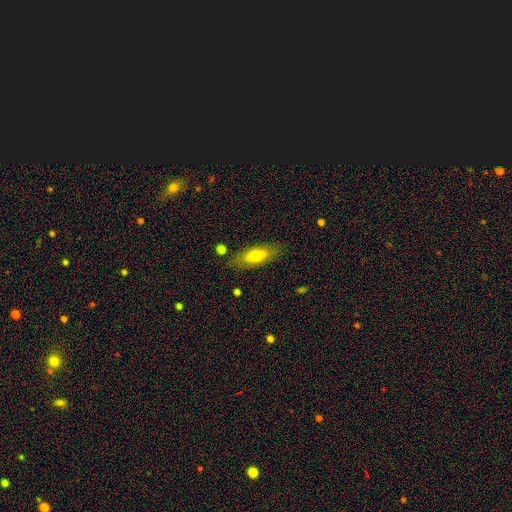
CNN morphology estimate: Q: Smooth or featured?
A: smooth (67%); runner-up: featured or disk (26%)
Q: How rounded?
A: in between (70%); runner-up: cigar-shaped (27%)
Q: Merging?
A: none (80%); runner-up: minor disturbance (14%)